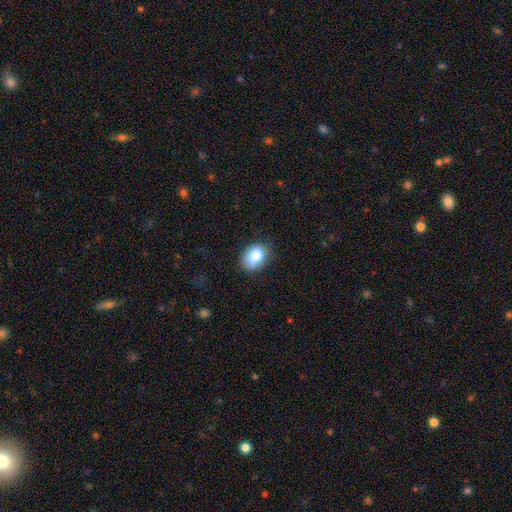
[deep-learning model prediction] Overall: smooth (81%). How rounded: in between (70%). Merging: none (71%).